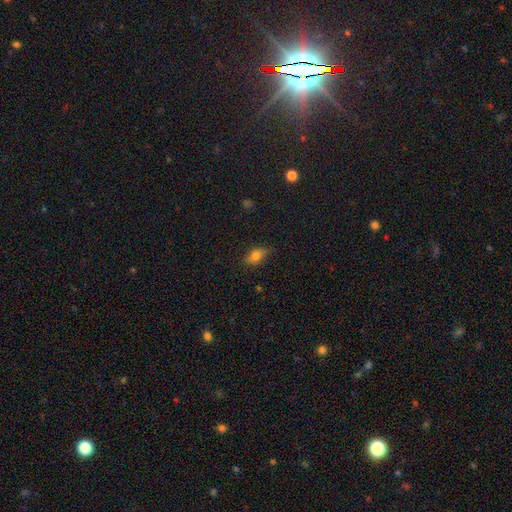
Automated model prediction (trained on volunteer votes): Overall: smooth (75%). How rounded: in between (84%). Merging: none (81%).